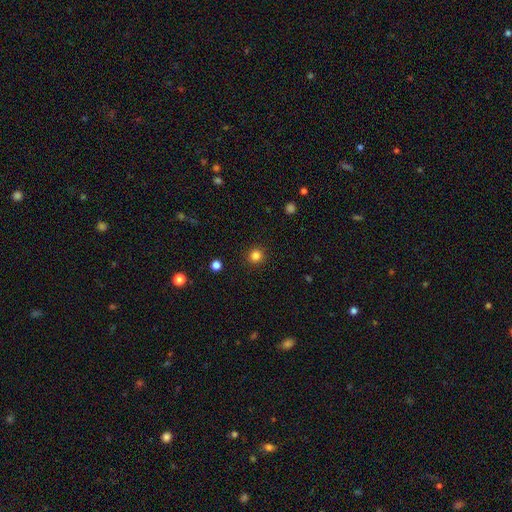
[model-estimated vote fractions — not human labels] Smooth or featured?
  - smooth: 83% *
  - star or artifact: 13%
  - featured or disk: 4%
How rounded?
  - round: 93% *
  - in between: 6%
  - cigar-shaped: 1%
Merging?
  - none: 92% *
  - minor disturbance: 5%
  - major disturbance: 2%
  - merger: 1%